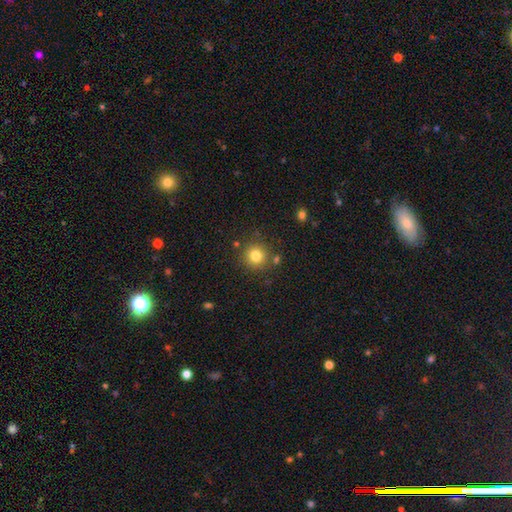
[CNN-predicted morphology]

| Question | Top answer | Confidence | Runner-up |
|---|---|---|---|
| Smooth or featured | smooth | 81% | star or artifact (12%) |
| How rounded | round | 93% | in between (6%) |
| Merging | none | 83% | minor disturbance (9%) |